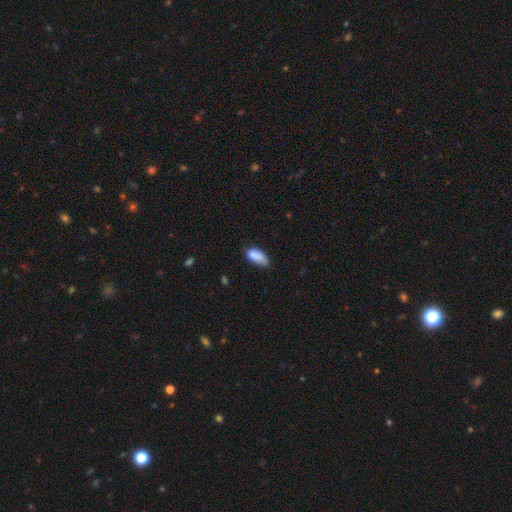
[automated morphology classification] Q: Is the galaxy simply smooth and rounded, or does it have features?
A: smooth — 86%.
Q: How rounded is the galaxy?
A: in between — 88%.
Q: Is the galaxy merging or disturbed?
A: none — 60%.